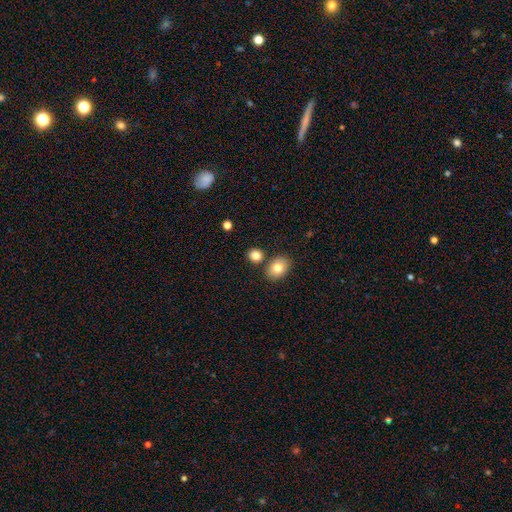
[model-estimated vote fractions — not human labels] Smooth or featured? smooth (81%)
How rounded? round (66%)
Merging? none (76%)